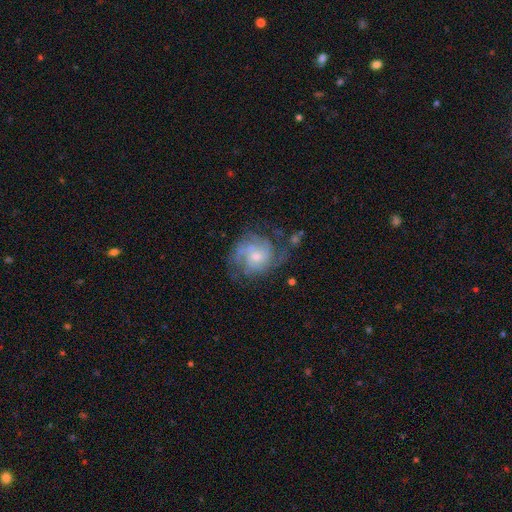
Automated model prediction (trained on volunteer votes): The model was most divided on "spiral arm count" (2-way tie): can't tell: 32%, 2: 32%, 3: 20%, 4: 7%, 1: 6%, more than 4: 4%. Remaining: edge-on disk — no (98%); spiral arms — yes (90%); smooth or featured — featured or disk (77%); bar — no (65%); merging — none (57%); bulge size — small (46%); spiral winding — tight (46%).